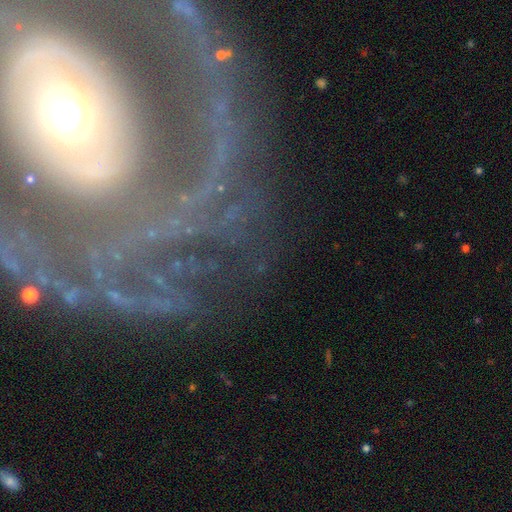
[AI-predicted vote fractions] Smooth or featured? Predicted: featured or disk (p=0.77). Edge-on disk? Predicted: no (p=0.93). Bar? Predicted: no (p=0.36). Spiral arms? Predicted: yes (p=0.84). Spiral winding? Predicted: tight (p=0.51). Spiral arm count? Predicted: can't tell (p=0.27, tied with 2). Bulge size? Predicted: moderate (p=0.47). Merging? Predicted: none (p=0.67).